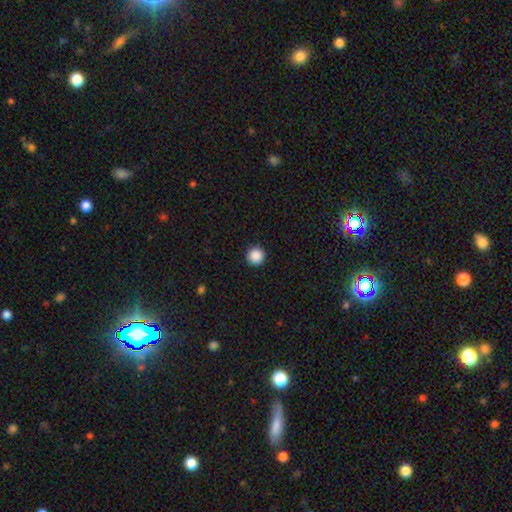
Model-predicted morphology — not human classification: The model was most divided on "smooth or featured": smooth: 88%, star or artifact: 9%, featured or disk: 2%. More confident: how rounded — round (96%); merging — none (93%).